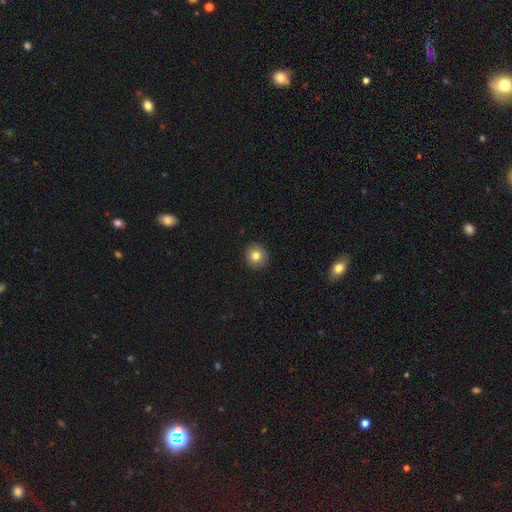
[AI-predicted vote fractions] This is clearly a smooth galaxy (80%). How rounded: clearly round (92%). Merging: clearly none (92%).